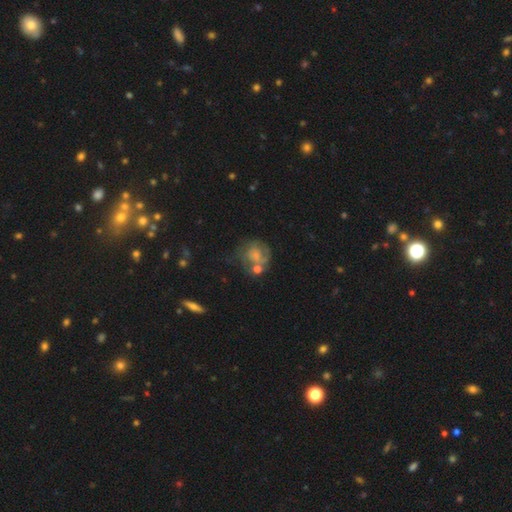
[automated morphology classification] This appears to be a featured or disk galaxy (54%) with no bar (75%), spiral arms (68%) and a small central bulge (42%). Merging: none (42%).